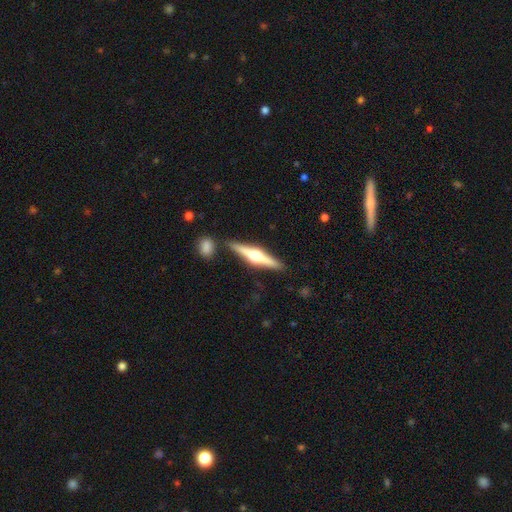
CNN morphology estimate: featured or disk 74%, smooth 21%, star or artifact 5%. Down the decision tree: edge-on disk — yes (98%); edge-on bulge — rounded (93%); merging — none (85%).